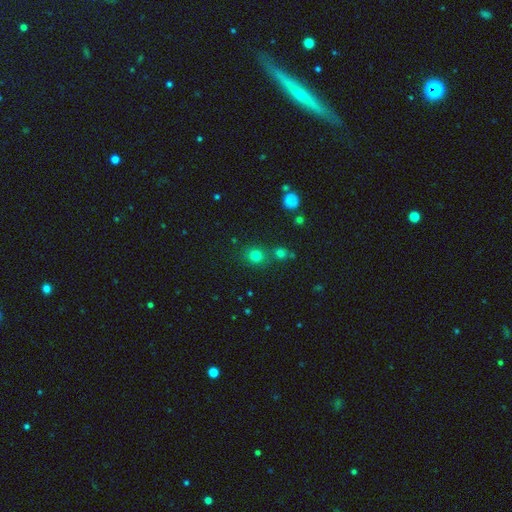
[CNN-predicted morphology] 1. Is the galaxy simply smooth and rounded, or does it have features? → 74% smooth, 20% star or artifact, 7% featured or disk.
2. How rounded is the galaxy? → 85% round, 14% in between, 1% cigar-shaped.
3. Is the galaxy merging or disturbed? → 73% none, 15% merger, 9% minor disturbance, 3% major disturbance.